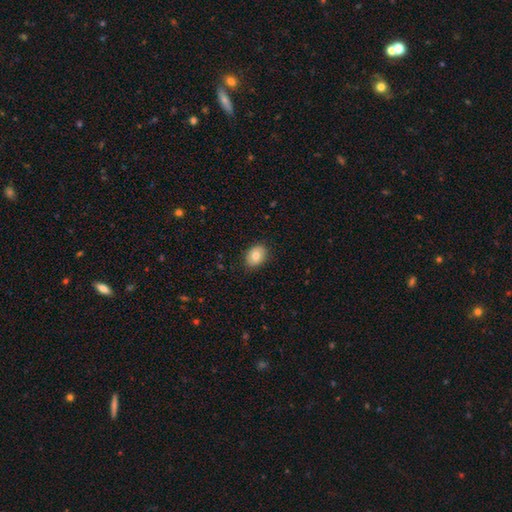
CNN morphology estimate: Smooth or featured: smooth — 80% (featured or disk — 12%)
How rounded: in between — 70% (round — 29%)
Merging: none — 86% (minor disturbance — 11%)